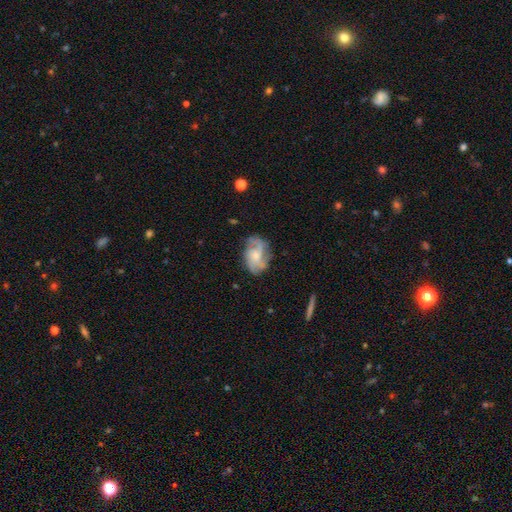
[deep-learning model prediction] Smooth or featured: featured or disk — 70% (smooth — 23%)
Edge-on disk: no — 97% (yes — 3%)
Bar: no — 68% (weak — 28%)
Spiral arms: yes — 88% (no — 12%)
Spiral winding: medium — 46% (loose — 31%)
Spiral arm count: 2 — 33% (3 — 28%)
Bulge size: small — 50% (moderate — 37%)
Merging: none — 62% (minor disturbance — 23%)